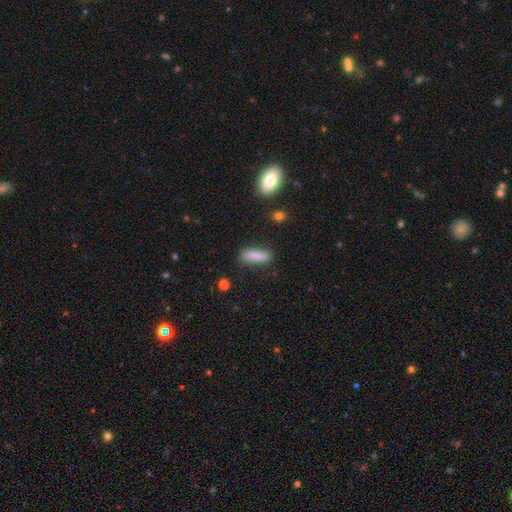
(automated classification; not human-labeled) Smooth or featured? smooth (84%)
How rounded? cigar-shaped (56%)
Merging? none (79%)